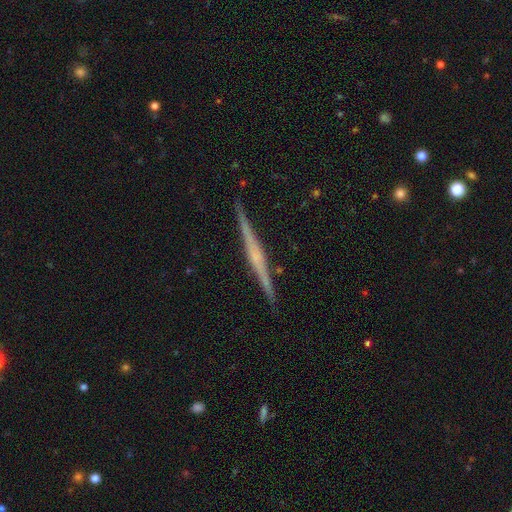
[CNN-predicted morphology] Smooth or featured: featured or disk — 79% (smooth — 15%)
Edge-on disk: yes — 98% (no — 2%)
Edge-on bulge: rounded — 49% (none — 34%)
Merging: none — 91% (minor disturbance — 7%)